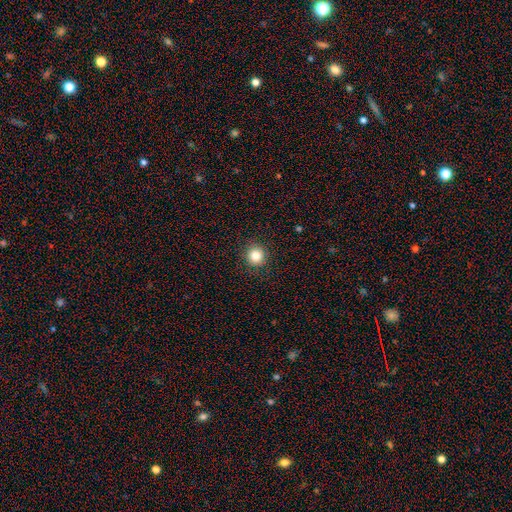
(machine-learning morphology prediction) Overall: smooth (82%). How rounded: round (91%). Merging: none (91%).